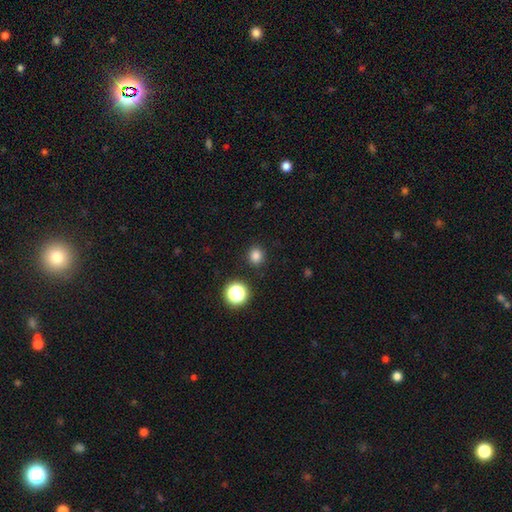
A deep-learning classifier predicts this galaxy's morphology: smooth_or_featured: smooth (p=0.82) [alt: star or artifact p=0.15]
how_rounded: round (p=0.85) [alt: in between p=0.15]
merging: none (p=0.90) [alt: minor disturbance p=0.06]